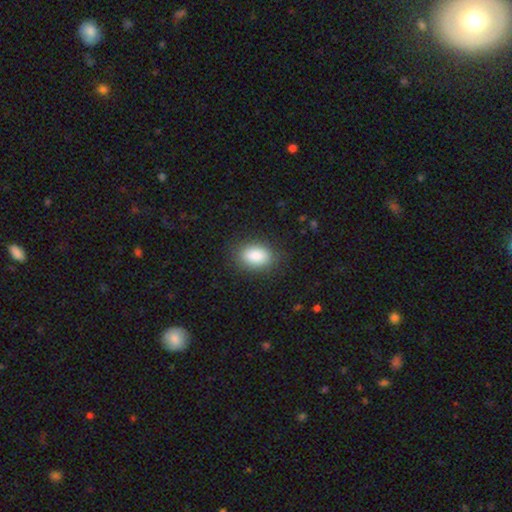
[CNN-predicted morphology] Smooth or featured: smooth — 88% (star or artifact — 7%)
How rounded: in between — 85% (round — 14%)
Merging: none — 84% (minor disturbance — 11%)